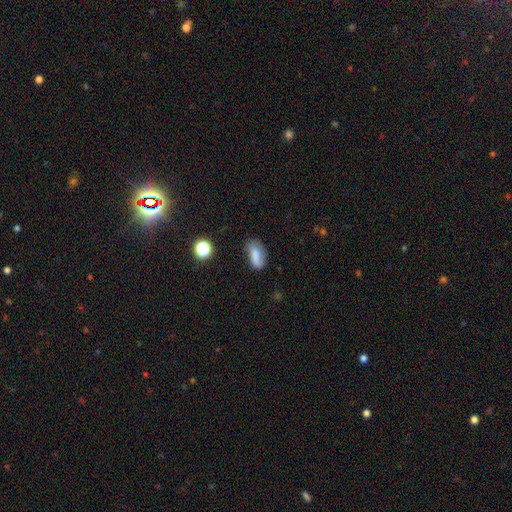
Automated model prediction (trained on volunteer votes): A smooth galaxy with no disk features (72%) that is in between round and cigar-shaped (84%). Merging: none (55%).